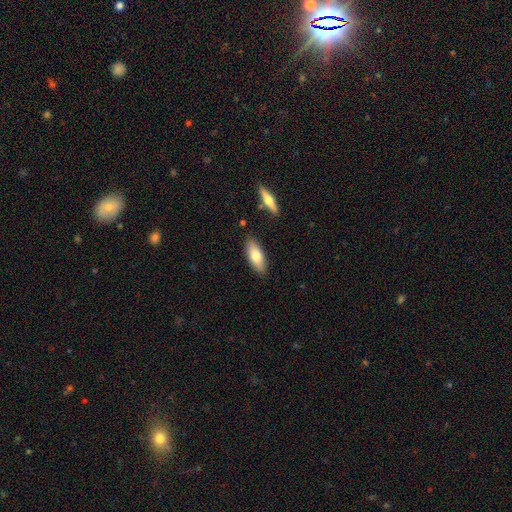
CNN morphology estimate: This is likely a smooth galaxy (75%). How rounded: likely in between (73%). Merging: clearly none (85%).